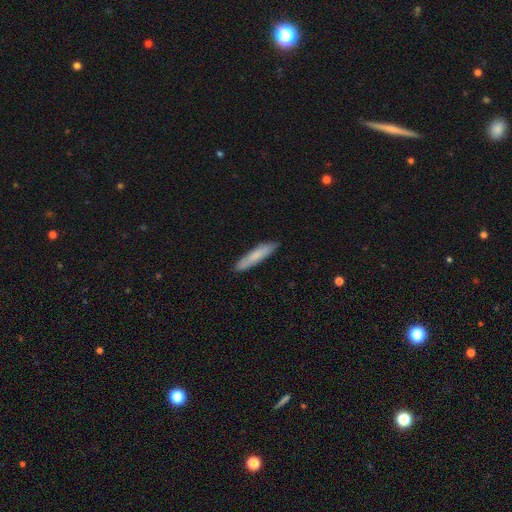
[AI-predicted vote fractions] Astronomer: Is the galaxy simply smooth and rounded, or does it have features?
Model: smooth — 77%.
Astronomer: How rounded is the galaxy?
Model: cigar-shaped — 89%.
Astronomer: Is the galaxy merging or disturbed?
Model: none — 89%.